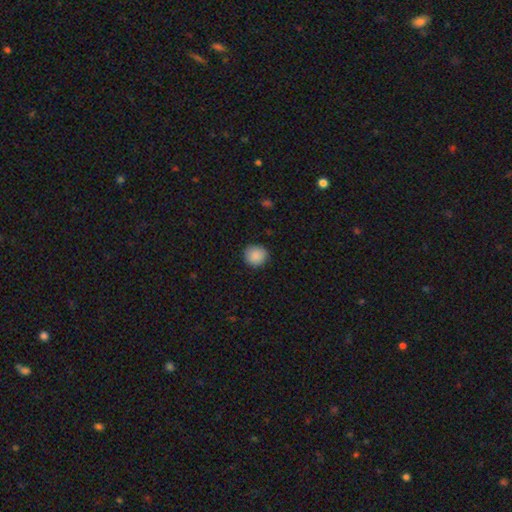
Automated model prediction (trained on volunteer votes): Q: Smooth or featured?
A: smooth (88%); runner-up: star or artifact (8%)
Q: How rounded?
A: round (91%); runner-up: in between (8%)
Q: Merging?
A: none (89%); runner-up: minor disturbance (8%)